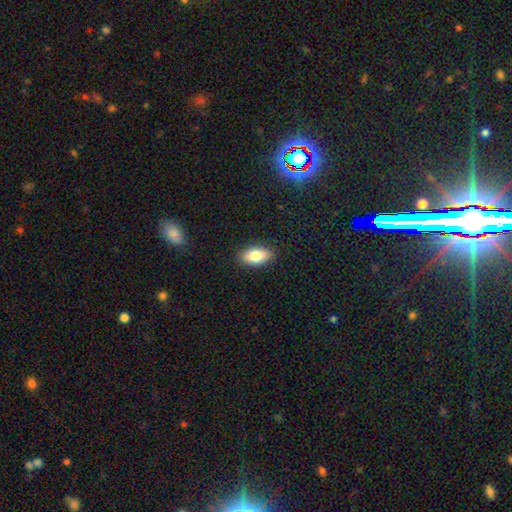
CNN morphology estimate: Q: Smooth or featured?
A: smooth (79%); runner-up: featured or disk (13%)
Q: How rounded?
A: in between (90%); runner-up: cigar-shaped (5%)
Q: Merging?
A: none (89%); runner-up: minor disturbance (8%)